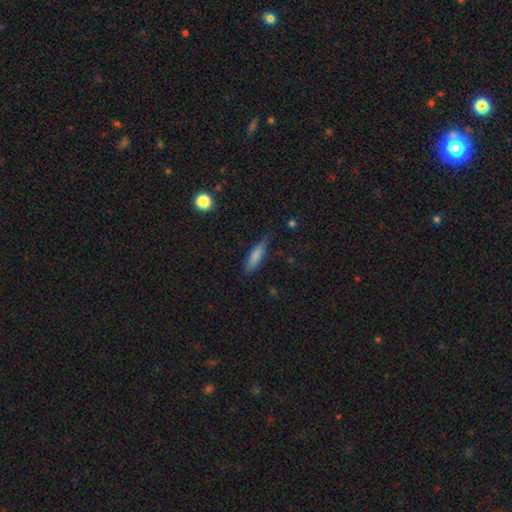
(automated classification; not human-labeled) This appears to be a smooth galaxy with no disk features (76%) that is cigar-shaped (71%). Merging: none (74%).